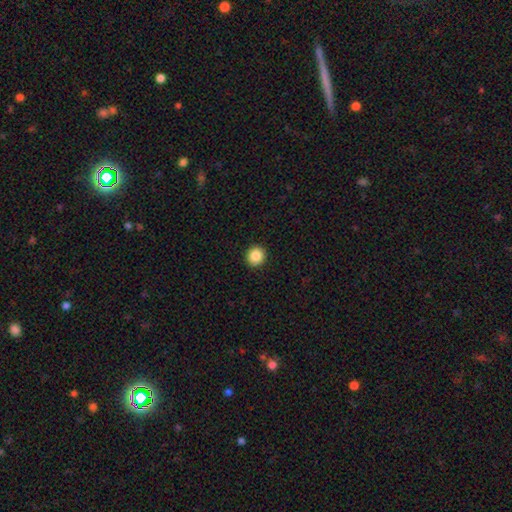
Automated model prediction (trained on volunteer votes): This is clearly a smooth galaxy (87%). How rounded: clearly round (92%). Merging: clearly none (93%).